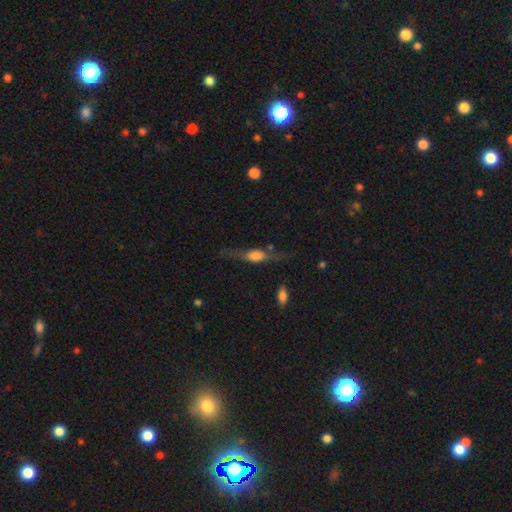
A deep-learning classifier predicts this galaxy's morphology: Q: Smooth or featured?
A: featured or disk (64%); runner-up: smooth (29%)
Q: Edge-on disk?
A: yes (90%); runner-up: no (10%)
Q: Edge-on bulge?
A: rounded (83%); runner-up: boxy (14%)
Q: Merging?
A: none (67%); runner-up: minor disturbance (19%)